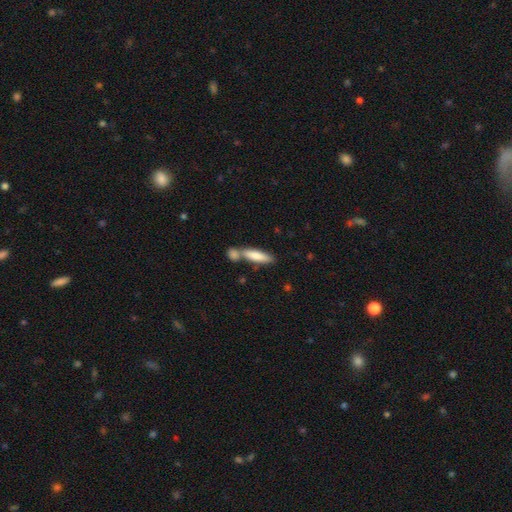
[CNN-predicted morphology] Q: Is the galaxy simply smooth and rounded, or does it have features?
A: smooth — 78%.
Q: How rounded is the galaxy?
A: cigar-shaped — 66%.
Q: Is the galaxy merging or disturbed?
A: none — 46%.